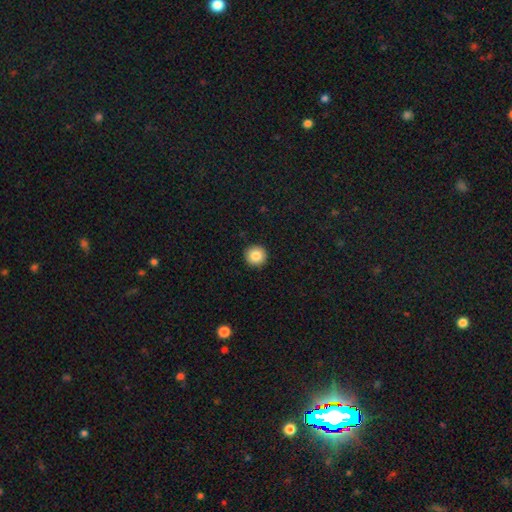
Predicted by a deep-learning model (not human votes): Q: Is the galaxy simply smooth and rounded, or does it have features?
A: smooth — 85%.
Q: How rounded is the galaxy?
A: round — 95%.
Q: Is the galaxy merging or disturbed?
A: none — 93%.